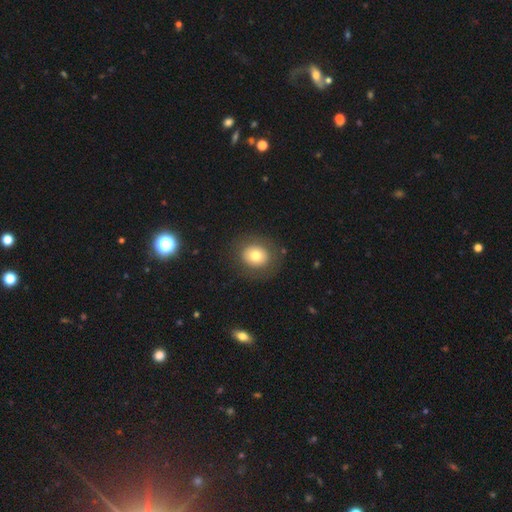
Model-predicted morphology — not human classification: smooth 73%, featured or disk 18%, star or artifact 9%. Down the decision tree: how rounded — round (73%); merging — none (84%).